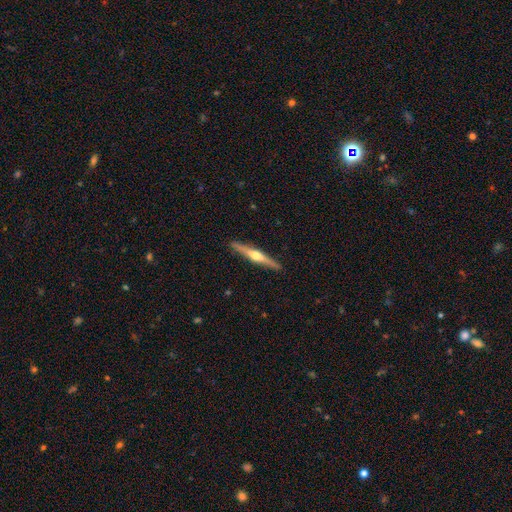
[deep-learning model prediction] Smooth or featured: featured or disk — 72% (smooth — 23%)
Edge-on disk: yes — 97% (no — 3%)
Edge-on bulge: rounded — 91% (none — 5%)
Merging: none — 91% (minor disturbance — 7%)